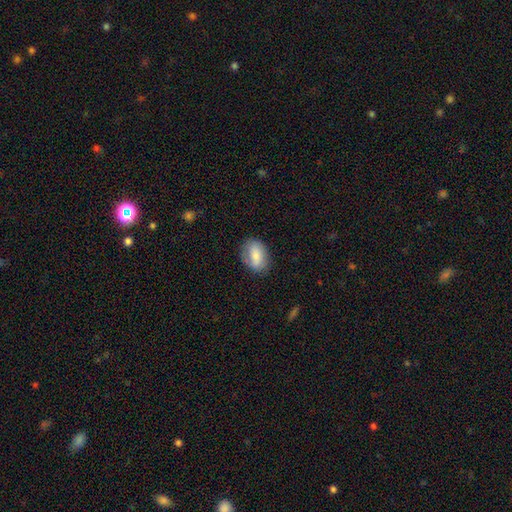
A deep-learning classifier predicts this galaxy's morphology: Overall: smooth (72%). How rounded: in between (81%). Merging: none (73%).